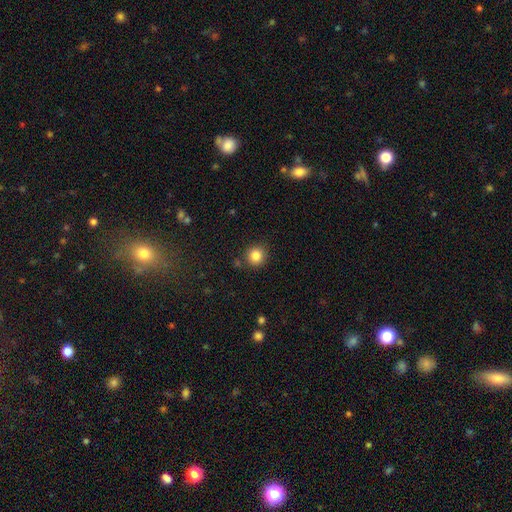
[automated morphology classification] smooth_or_featured: smooth (p=0.84) [alt: star or artifact p=0.11]
how_rounded: round (p=0.92) [alt: in between p=0.07]
merging: none (p=0.85) [alt: minor disturbance p=0.09]